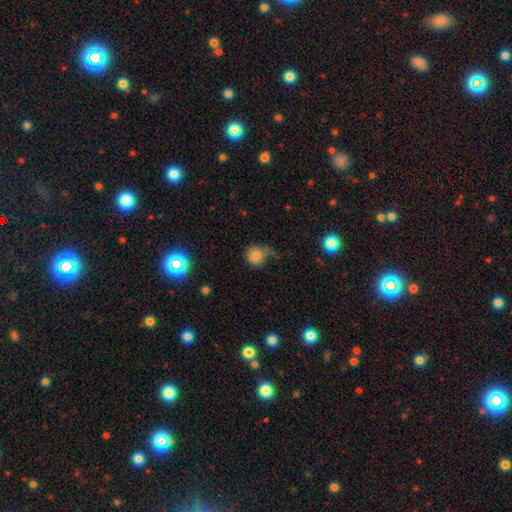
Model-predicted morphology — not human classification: smooth 80%, star or artifact 12%, featured or disk 8%. Down the decision tree: how rounded — round (87%); merging — none (53%).